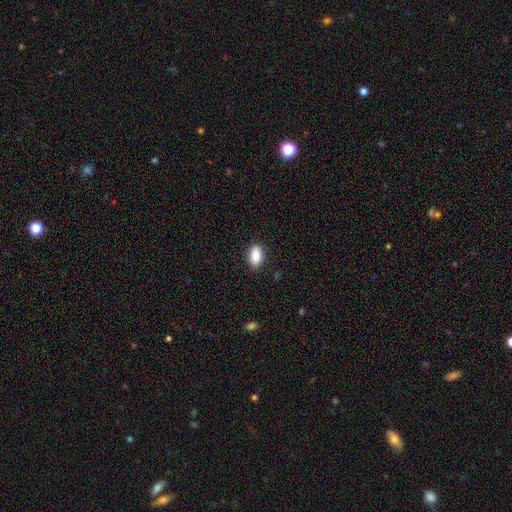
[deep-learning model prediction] smooth_or_featured: smooth (p=0.83) [alt: featured or disk p=0.10]
how_rounded: in between (p=0.89) [alt: round p=0.07]
merging: none (p=0.89) [alt: minor disturbance p=0.08]